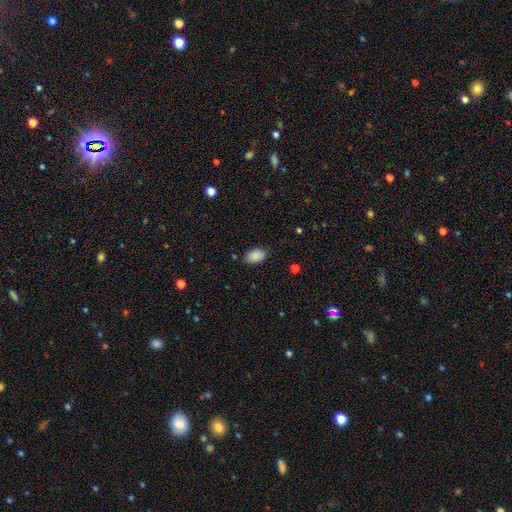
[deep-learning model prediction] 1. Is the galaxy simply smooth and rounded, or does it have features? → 89% smooth, 8% star or artifact, 3% featured or disk.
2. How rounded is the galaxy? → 91% in between, 8% round, 1% cigar-shaped.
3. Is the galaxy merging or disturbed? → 85% none, 11% minor disturbance, 3% major disturbance, 1% merger.